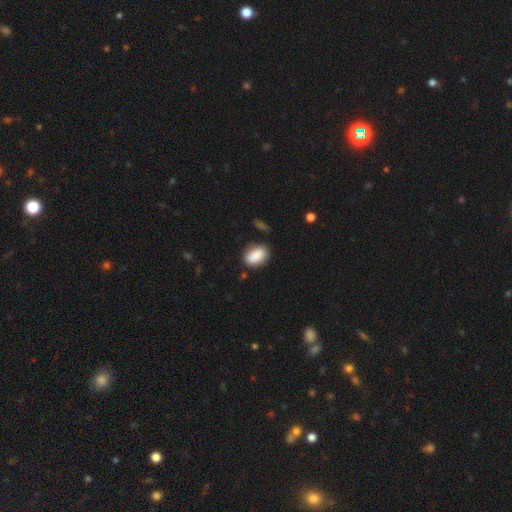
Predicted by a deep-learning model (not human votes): Smooth or featured? Predicted: smooth (p=0.87). How rounded? Predicted: in between (p=0.87). Merging? Predicted: none (p=0.76).